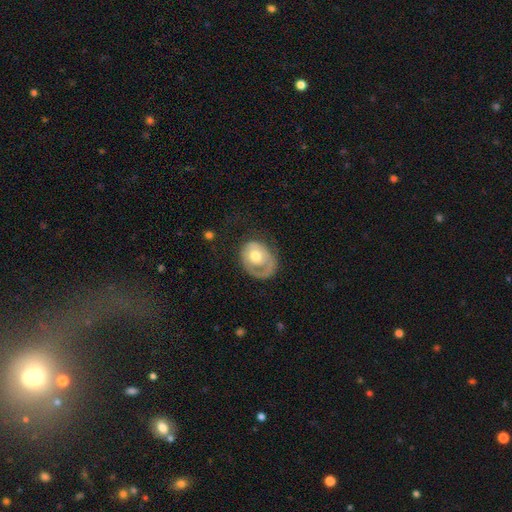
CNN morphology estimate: Smooth or featured? Predicted: featured or disk (p=0.54). Edge-on disk? Predicted: no (p=0.96). Bar? Predicted: no (p=0.82). Spiral arms? Predicted: yes (p=0.57). Bulge size? Predicted: moderate (p=0.68). Merging? Predicted: none (p=0.40).